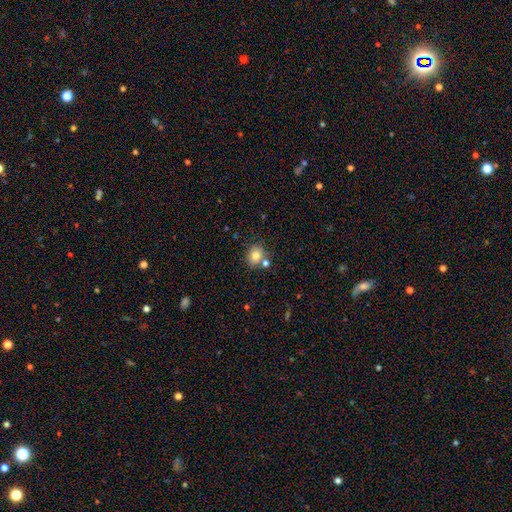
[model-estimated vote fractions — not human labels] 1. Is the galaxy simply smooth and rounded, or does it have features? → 80% smooth, 11% star or artifact, 9% featured or disk.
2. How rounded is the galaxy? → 70% round, 29% in between, 1% cigar-shaped.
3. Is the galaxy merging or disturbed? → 70% none, 16% merger, 11% minor disturbance, 3% major disturbance.